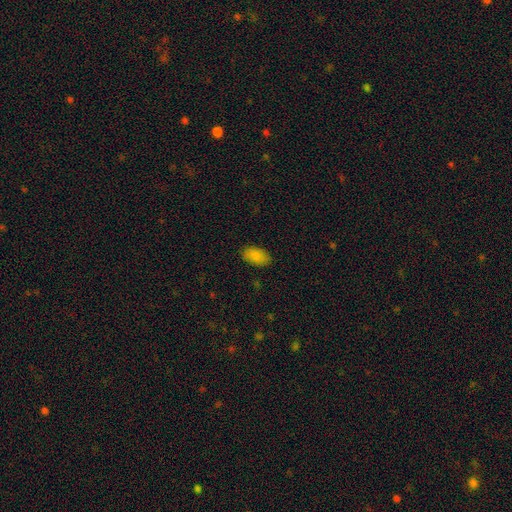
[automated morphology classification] The model was most divided on "merging": none: 86%, minor disturbance: 10%, major disturbance: 2%, merger: 1%. More confident: how rounded — in between (93%); smooth or featured — smooth (86%).